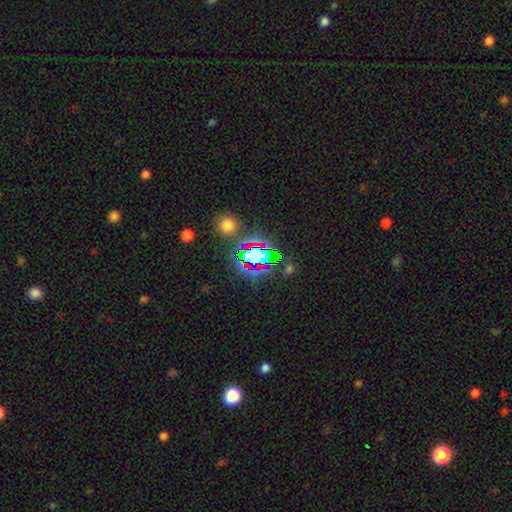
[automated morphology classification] star or artifact 64%, smooth 23%, featured or disk 13%.